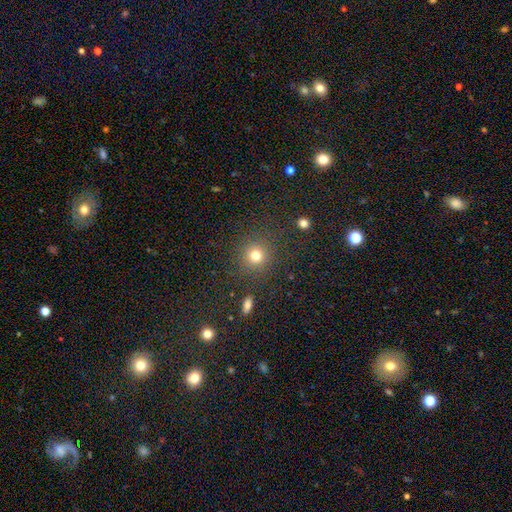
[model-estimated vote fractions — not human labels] A smooth galaxy with no disk features (78%) that is round (91%).

Vote fractions:
- Smooth or featured? smooth: 78% / star or artifact: 15% / featured or disk: 7%
- How rounded? round: 91% / in between: 8% / cigar-shaped: 1%
- Merging? none: 86% / minor disturbance: 7% / major disturbance: 4% / merger: 3%